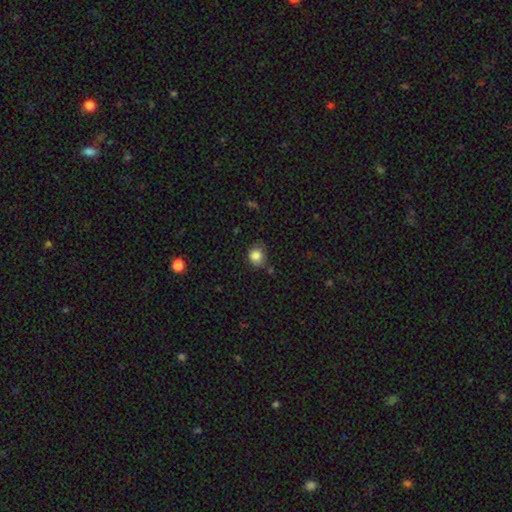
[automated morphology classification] This appears to be a smooth galaxy with no disk features (84%) that is round (74%). Merging: none (65%).